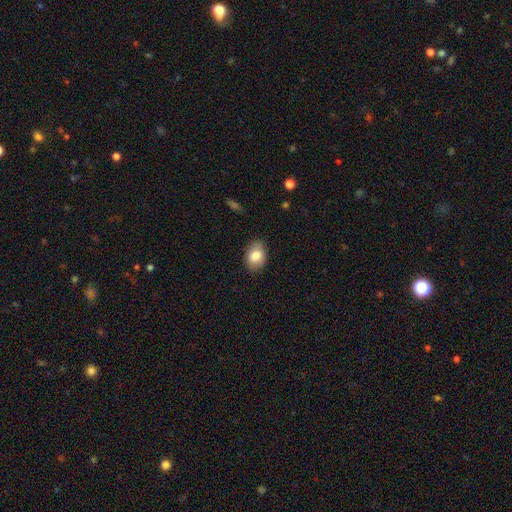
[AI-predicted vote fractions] A smooth galaxy with no disk features (82%) that is in between round and cigar-shaped (80%). Merging: none (83%).